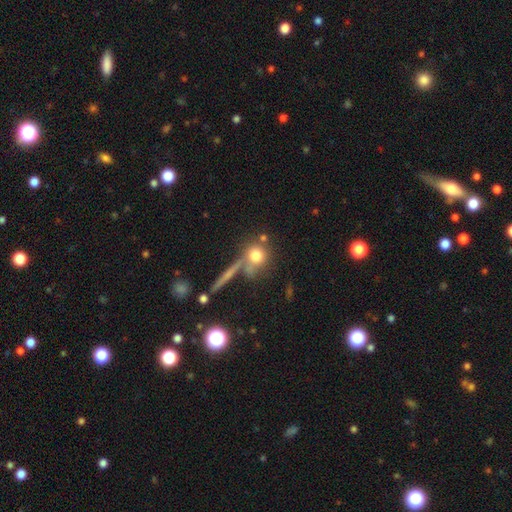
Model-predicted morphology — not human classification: smooth-or-featured: smooth: 72% | featured or disk: 16% | star or artifact: 12%
  how-rounded: round: 84% | in between: 11% | cigar-shaped: 5%
  merging: none: 60% | merger: 21% | minor disturbance: 12% | major disturbance: 7%